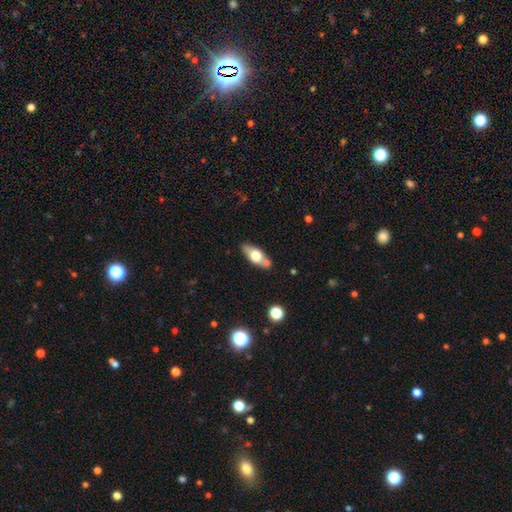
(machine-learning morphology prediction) Overall: smooth (59%; featured or disk 34%). How rounded: in between (76%). Merging: none (68%).